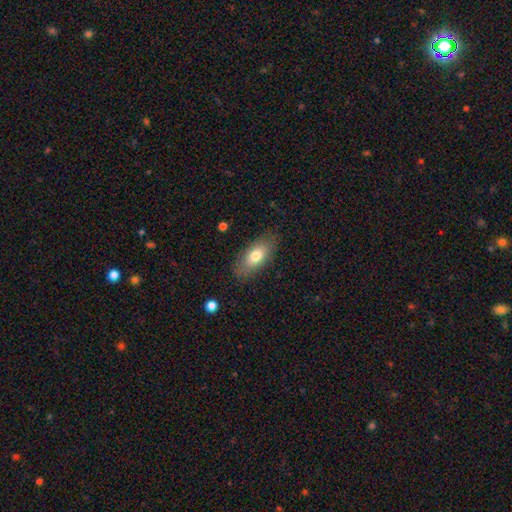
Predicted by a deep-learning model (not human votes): Smooth or featured: smooth — 75% (featured or disk — 18%)
How rounded: in between — 84% (cigar-shaped — 12%)
Merging: none — 83% (minor disturbance — 12%)